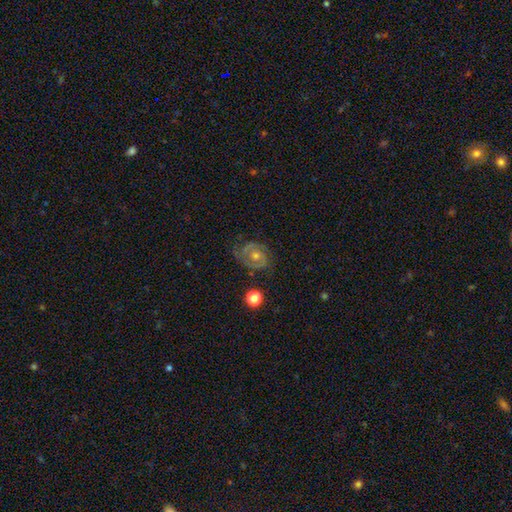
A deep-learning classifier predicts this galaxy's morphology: Q: Smooth or featured?
A: featured or disk (80%); runner-up: smooth (10%)
Q: Edge-on disk?
A: no (97%); runner-up: yes (3%)
Q: Bar?
A: no (70%); runner-up: weak (25%)
Q: Spiral arms?
A: yes (94%); runner-up: no (6%)
Q: Spiral winding?
A: tight (59%); runner-up: medium (34%)
Q: Spiral arm count?
A: 2 (65%); runner-up: can't tell (15%)
Q: Bulge size?
A: moderate (58%); runner-up: small (37%)
Q: Merging?
A: none (73%); runner-up: minor disturbance (18%)